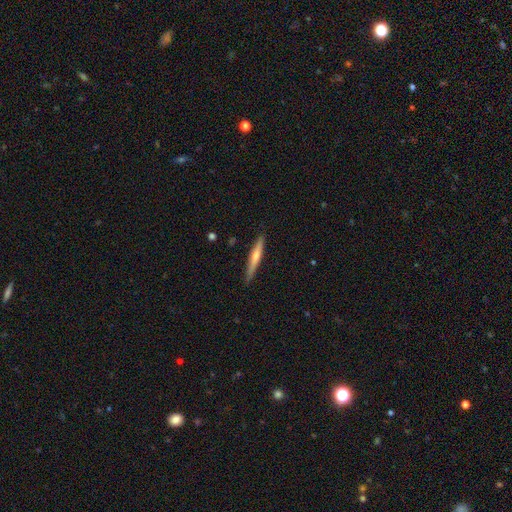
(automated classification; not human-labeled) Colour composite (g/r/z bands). It shows a featured or disk galaxy (56%) viewed edge-on (97%) with a rounded central bulge (75%). Merging: none (87%).